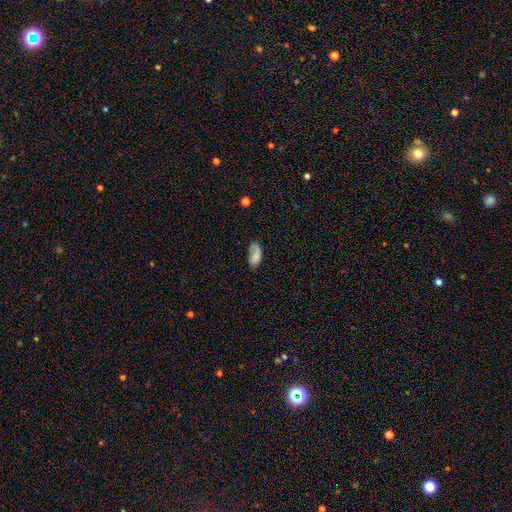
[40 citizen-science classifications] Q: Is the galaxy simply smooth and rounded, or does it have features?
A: smooth — 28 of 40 (70%).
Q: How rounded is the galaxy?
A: in between — 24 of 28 (86%).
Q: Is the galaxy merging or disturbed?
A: major disturbance — 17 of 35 (49%).